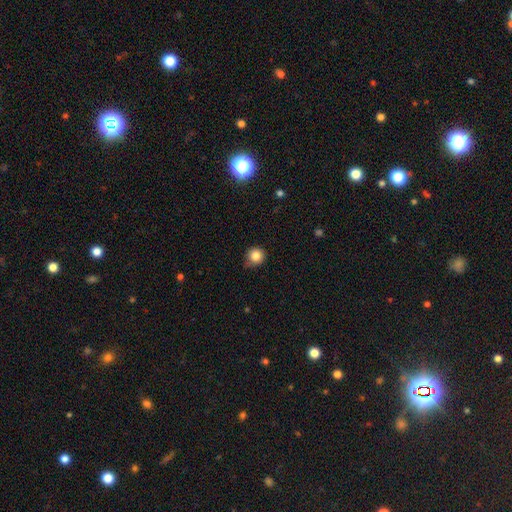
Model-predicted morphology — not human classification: A smooth galaxy with no disk features (84%) that is round (93%).

Vote fractions:
- Smooth or featured? smooth: 84% / star or artifact: 11% / featured or disk: 5%
- How rounded? round: 93% / in between: 7% / cigar-shaped: 1%
- Merging? none: 76% / minor disturbance: 19% / major disturbance: 3% / merger: 2%